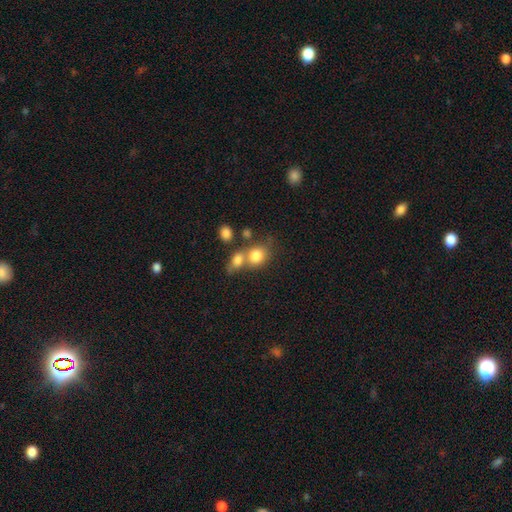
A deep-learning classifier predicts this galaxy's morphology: smooth-or-featured: smooth: 80% | featured or disk: 10% | star or artifact: 10%
  how-rounded: round: 60% | in between: 38% | cigar-shaped: 1%
  merging: merger: 47% | none: 38% | minor disturbance: 10% | major disturbance: 5%